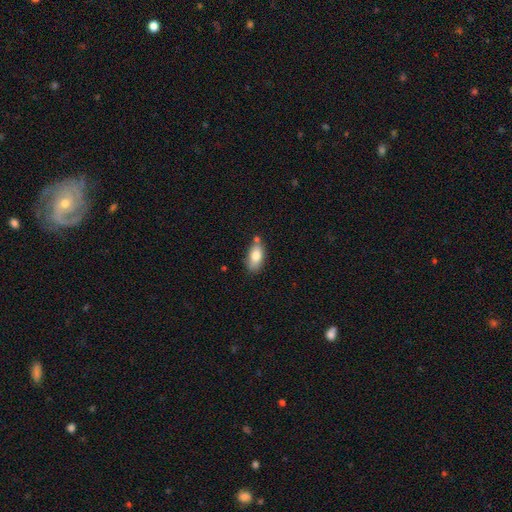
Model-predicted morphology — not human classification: Q: Smooth or featured?
A: smooth (79%); runner-up: featured or disk (14%)
Q: How rounded?
A: in between (89%); runner-up: cigar-shaped (6%)
Q: Merging?
A: none (64%); runner-up: minor disturbance (20%)